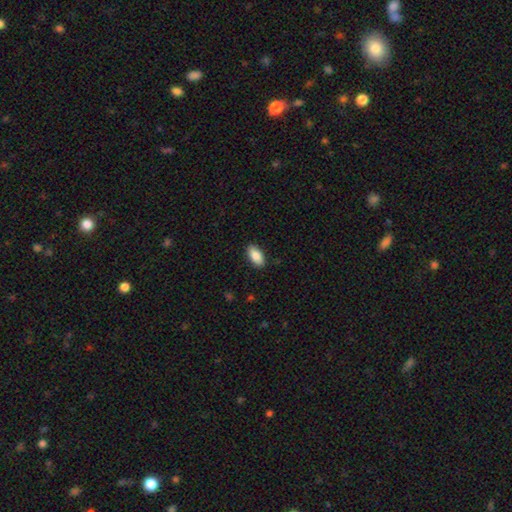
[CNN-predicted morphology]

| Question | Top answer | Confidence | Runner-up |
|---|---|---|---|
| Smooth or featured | smooth | 88% | star or artifact (6%) |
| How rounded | in between | 93% | cigar-shaped (5%) |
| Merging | none | 89% | minor disturbance (8%) |